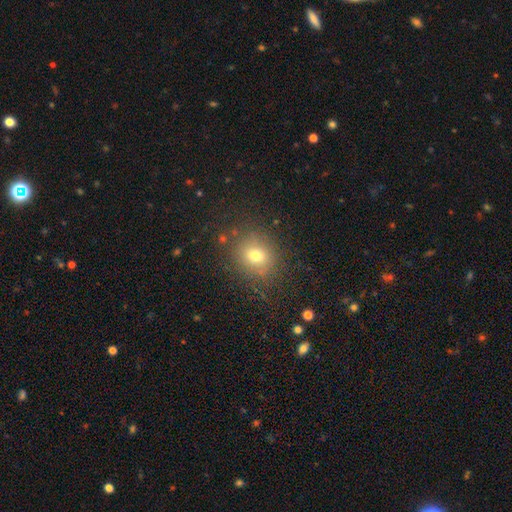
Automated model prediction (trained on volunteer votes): Smooth or featured? smooth (72%)
How rounded? round (73%)
Merging? none (81%)